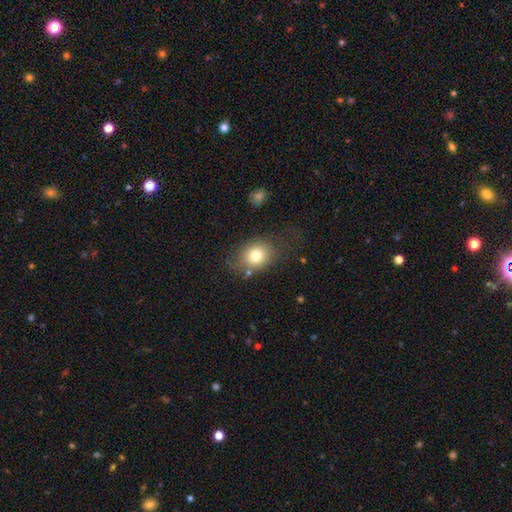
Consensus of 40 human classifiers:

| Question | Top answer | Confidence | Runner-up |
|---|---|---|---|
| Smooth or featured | smooth | 82% | featured or disk (15%) |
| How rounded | in between | 61% | round (39%) |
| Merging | none | 54% | minor disturbance (28%) |